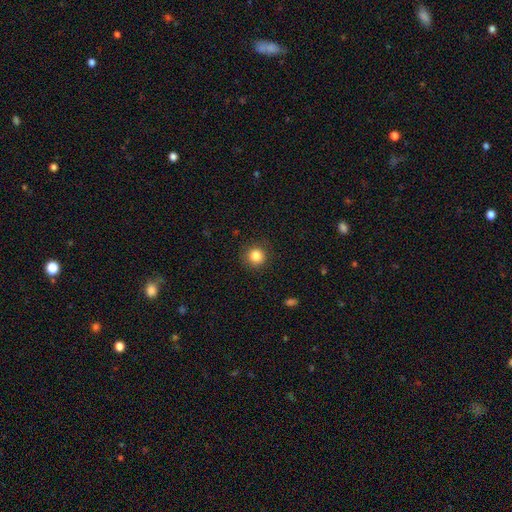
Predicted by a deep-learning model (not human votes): Smooth or featured: smooth — 84% (star or artifact — 11%)
How rounded: round — 93% (in between — 6%)
Merging: none — 90% (minor disturbance — 7%)